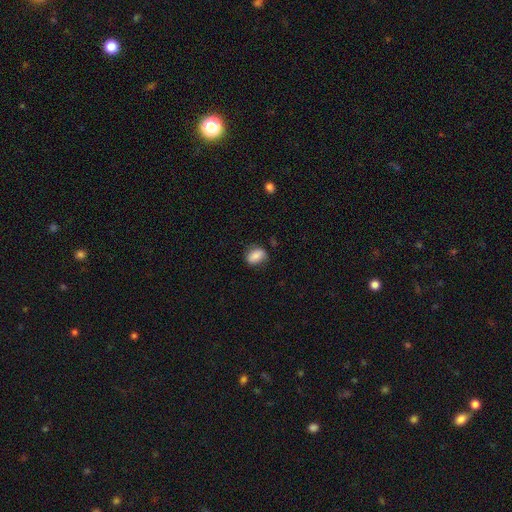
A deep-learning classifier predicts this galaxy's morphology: smooth 84%, featured or disk 8%, star or artifact 8%. Down the decision tree: how rounded — in between (81%); merging — none (76%).